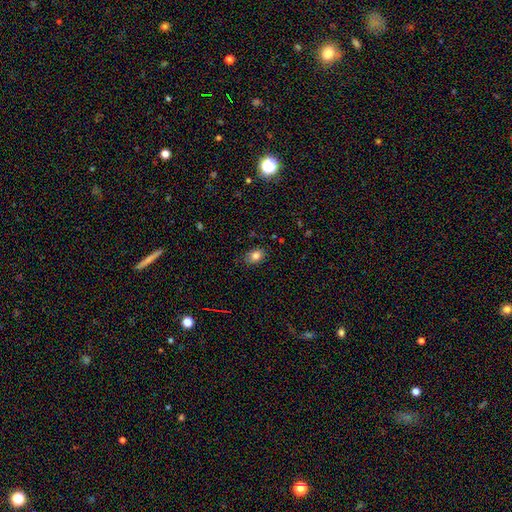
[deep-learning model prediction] Smooth or featured? Predicted: smooth (p=0.82). How rounded? Predicted: in between (p=0.77). Merging? Predicted: none (p=0.81).